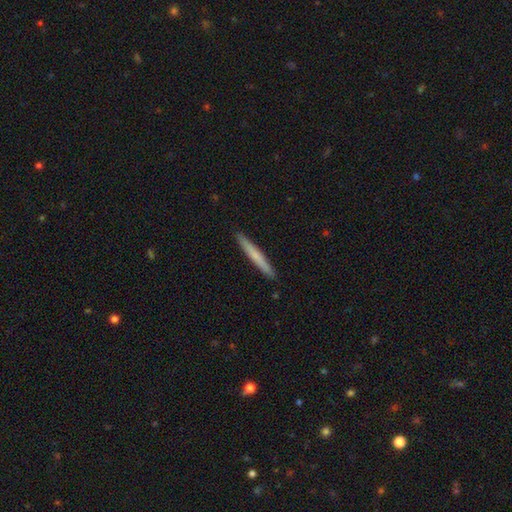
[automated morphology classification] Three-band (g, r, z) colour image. It shows a smooth galaxy with no disk features (63%) that is cigar-shaped (97%). Merging: none (93%).